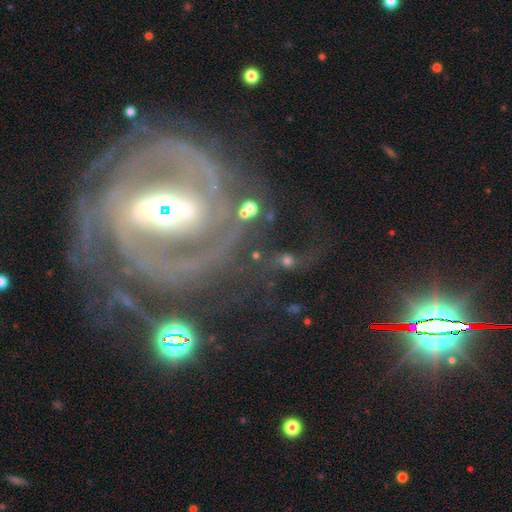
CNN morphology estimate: A featured or disk galaxy (68%) with no bar (37%), 2 (58%) medium (40%) spiral arms (80%) and a moderate central bulge (53%).

Vote fractions:
- Smooth or featured? featured or disk: 68% / star or artifact: 16% / smooth: 16%
- Edge-on disk? no: 93% / yes: 7%
- Bar? no: 37% / strong: 32% / weak: 31%
- Spiral arms? yes: 80% / no: 20%
- Spiral winding? medium: 40% / tight: 32% / loose: 28%
- Spiral arm count? 2: 58% / can't tell: 15% / 3: 9% / 1: 7% / 4: 5% / more than 4: 5%
- Bulge size? moderate: 53% / small: 23% / large: 15% / dominant: 4% / none: 4%
- Merging? none: 58% / major disturbance: 18% / minor disturbance: 16% / merger: 8%